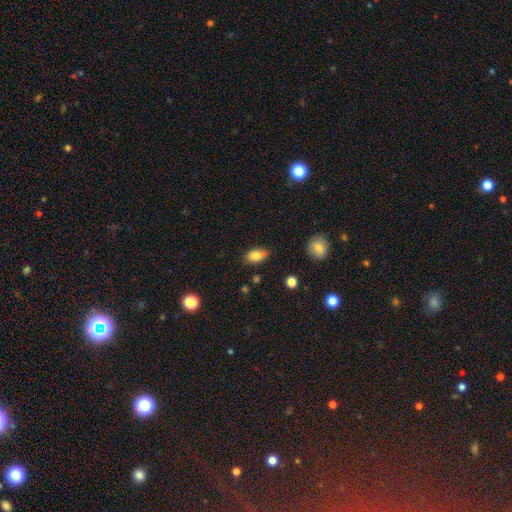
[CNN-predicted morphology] smooth 83%, featured or disk 9%, star or artifact 8%. Down the decision tree: how rounded — in between (89%); merging — none (80%).